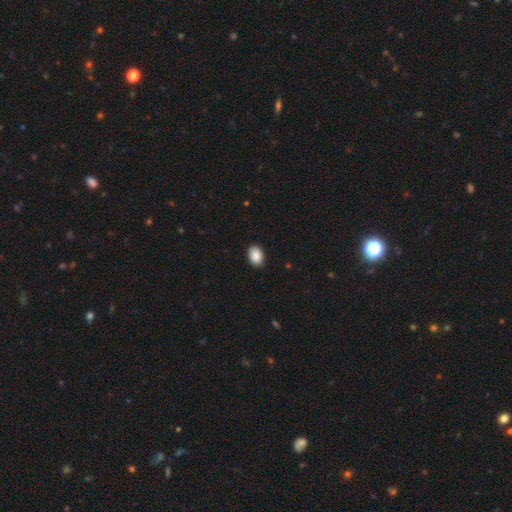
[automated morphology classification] Smooth or featured? smooth (90%)
How rounded? in between (82%)
Merging? none (88%)